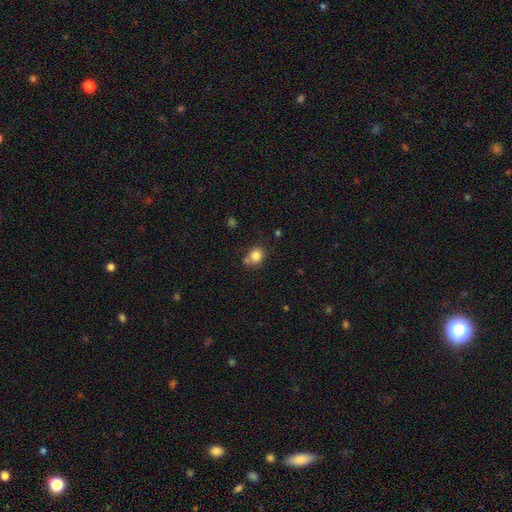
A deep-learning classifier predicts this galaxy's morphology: Smooth or featured?
  - smooth: 82% *
  - star or artifact: 11%
  - featured or disk: 7%
How rounded?
  - round: 73% *
  - in between: 26%
  - cigar-shaped: 1%
Merging?
  - none: 58% *
  - minor disturbance: 18%
  - merger: 18%
  - major disturbance: 6%